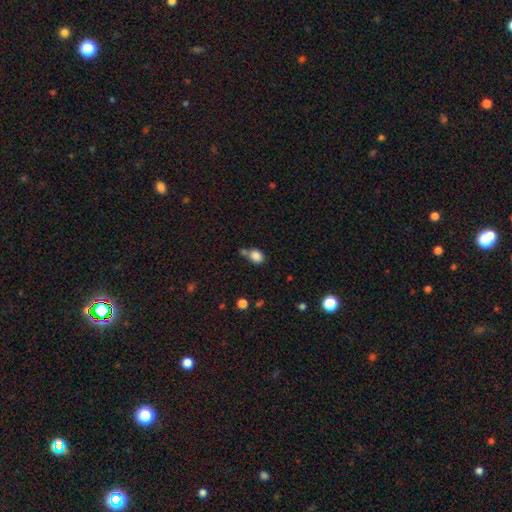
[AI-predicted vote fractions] Morphology: type=smooth (84%); roundness=in between (55%); merging=none (45%).